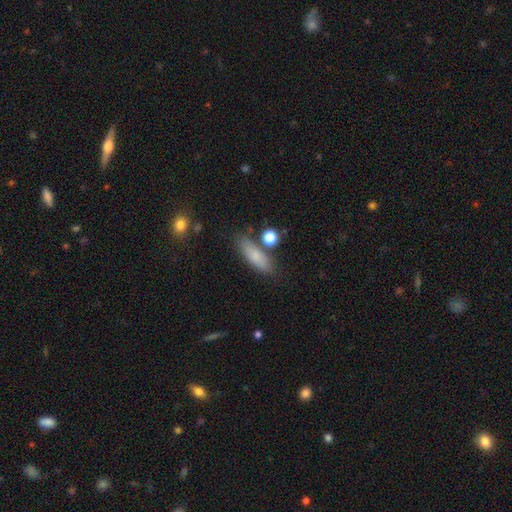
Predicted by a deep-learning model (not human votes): Smooth or featured? smooth (77%)
How rounded? in between (52%)
Merging? none (74%)